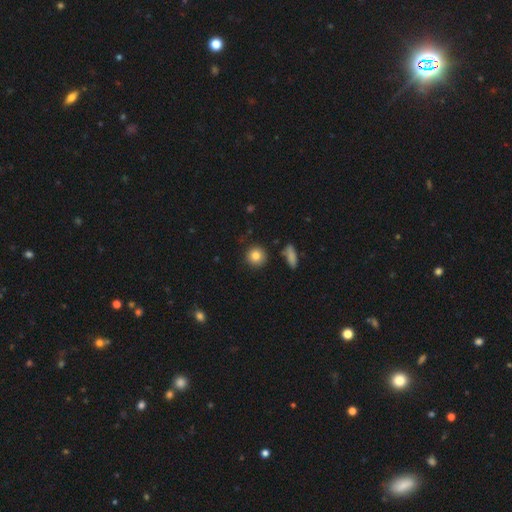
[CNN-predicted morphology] A smooth galaxy with no disk features (84%) that is round (91%). Merging: none (87%).